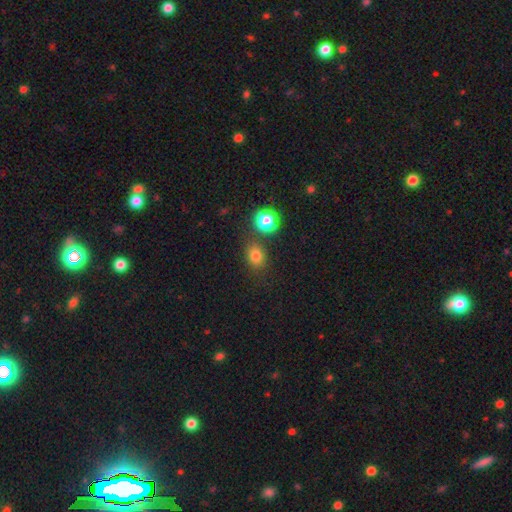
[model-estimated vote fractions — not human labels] Smooth or featured: smooth — 74% (star or artifact — 19%)
How rounded: round — 51% (in between — 48%)
Merging: none — 75% (minor disturbance — 11%)